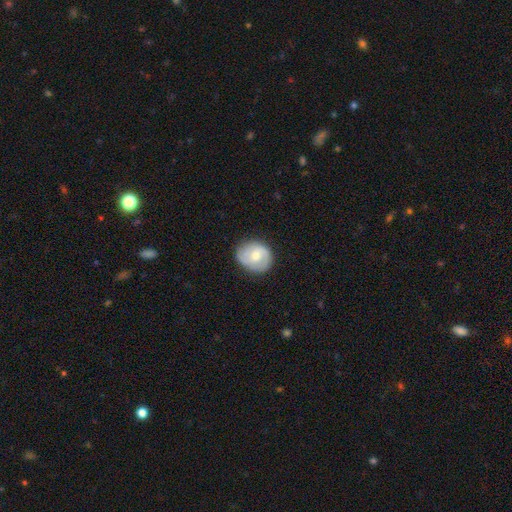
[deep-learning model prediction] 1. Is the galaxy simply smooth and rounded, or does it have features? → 53% featured or disk, 40% smooth, 6% star or artifact.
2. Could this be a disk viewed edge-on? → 97% no, 3% yes.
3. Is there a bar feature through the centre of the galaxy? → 57% no, 37% weak, 6% strong.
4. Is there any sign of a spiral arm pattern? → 84% yes, 16% no.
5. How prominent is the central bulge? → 56% moderate, 39% small, 3% large, 2% none, 1% dominant.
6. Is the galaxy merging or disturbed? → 77% none, 17% minor disturbance, 4% major disturbance, 1% merger.